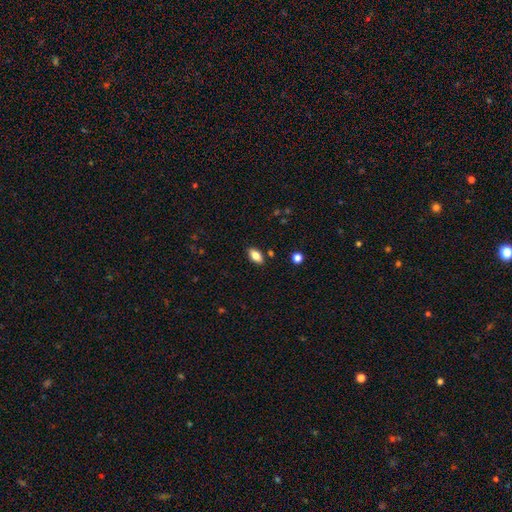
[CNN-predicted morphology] Smooth or featured?
  - smooth: 81% *
  - featured or disk: 11%
  - star or artifact: 8%
How rounded?
  - in between: 90% *
  - cigar-shaped: 6%
  - round: 3%
Merging?
  - none: 87% *
  - minor disturbance: 9%
  - merger: 2%
  - major disturbance: 2%